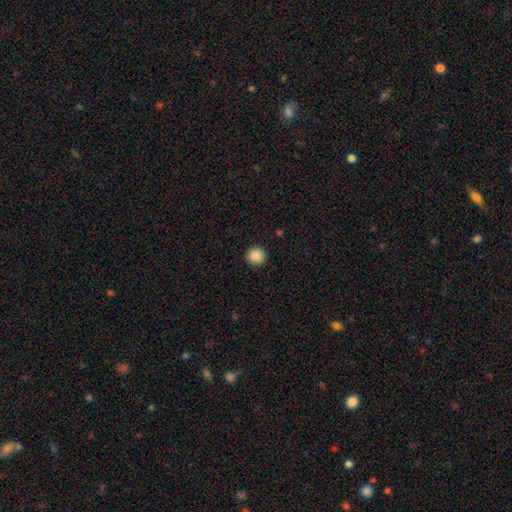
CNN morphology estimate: Smooth or featured? smooth (88%)
How rounded? round (95%)
Merging? none (92%)